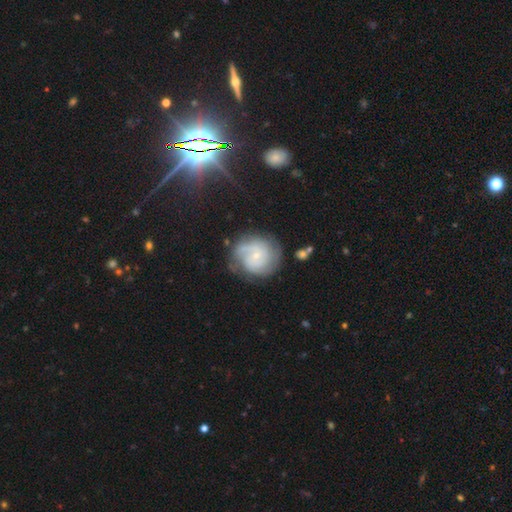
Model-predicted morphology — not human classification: Overall: featured or disk (76%). Edge-on disk: no (98%). Bar: no (73%). Spiral arms: yes (93%). Spiral arm count: 2 (37%; can't tell 28%). Spiral winding: tight (59%; medium 31%). Bulge size: small (79%). Merging: none (71%).